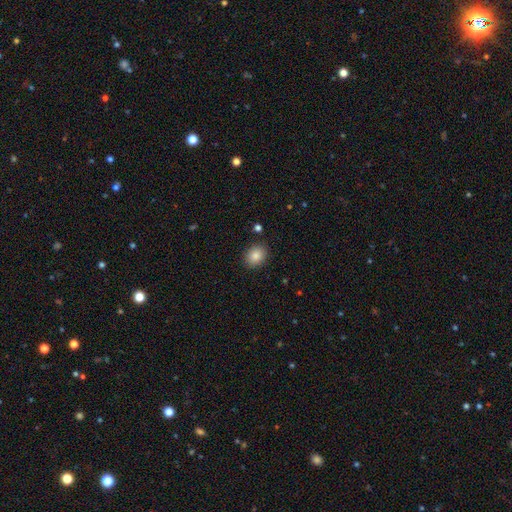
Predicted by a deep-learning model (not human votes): smooth_or_featured: smooth (p=0.85) [alt: star or artifact p=0.09]
how_rounded: in between (p=0.52) [alt: round p=0.47]
merging: none (p=0.88) [alt: minor disturbance p=0.08]